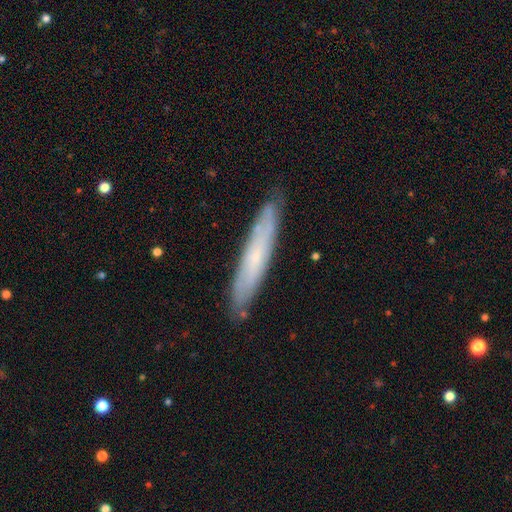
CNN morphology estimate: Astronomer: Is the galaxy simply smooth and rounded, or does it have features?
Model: featured or disk — 54% (runner-up: smooth, 39%).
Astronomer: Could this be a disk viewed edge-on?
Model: yes — 66%.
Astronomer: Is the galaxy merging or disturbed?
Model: none — 84%.